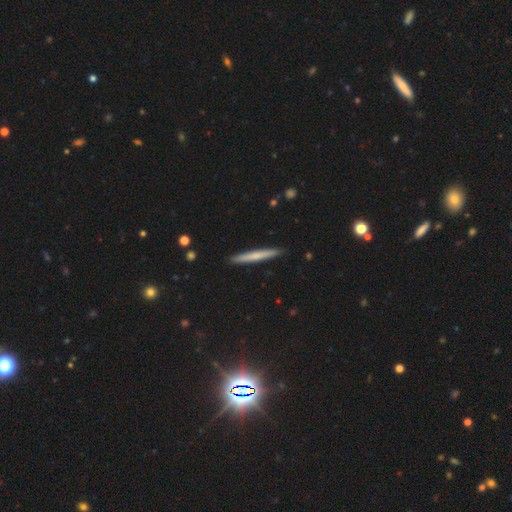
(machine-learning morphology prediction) smooth 60%, featured or disk 35%, star or artifact 6%. Down the decision tree: how rounded — cigar-shaped (96%); merging — none (92%).